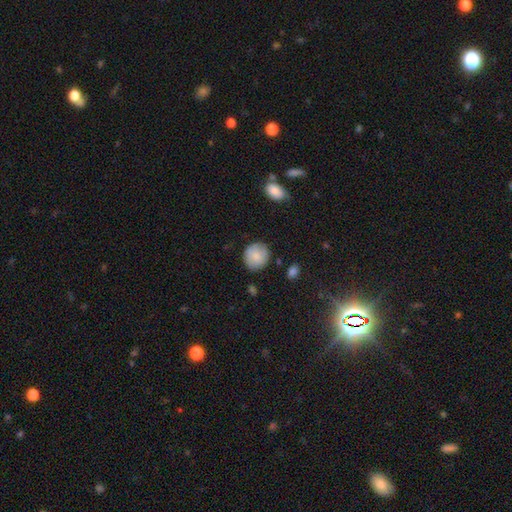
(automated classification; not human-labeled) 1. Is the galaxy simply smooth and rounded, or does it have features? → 82% smooth, 11% featured or disk, 7% star or artifact.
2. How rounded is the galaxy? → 85% round, 14% in between, 1% cigar-shaped.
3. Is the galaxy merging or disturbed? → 81% none, 14% minor disturbance, 3% major disturbance, 2% merger.